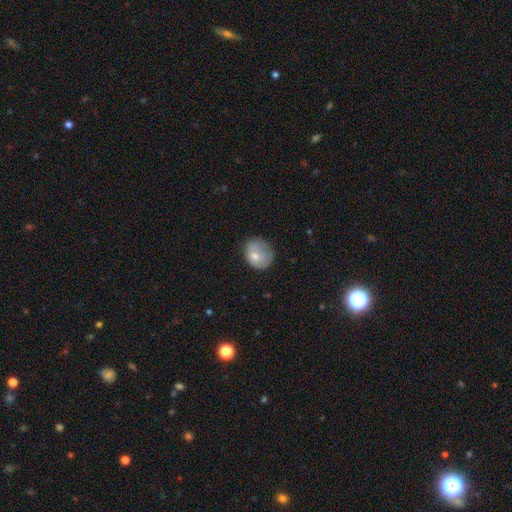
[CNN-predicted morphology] A smooth galaxy with no disk features (71%) that is round (62%). Merging: none (50%).